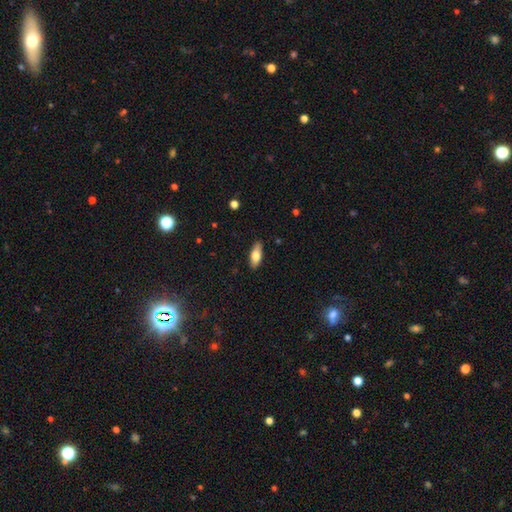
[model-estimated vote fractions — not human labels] Smooth or featured? smooth (73%)
How rounded? in between (75%)
Merging? none (87%)